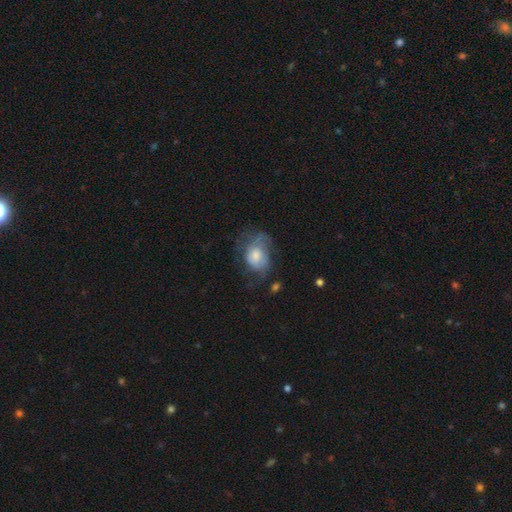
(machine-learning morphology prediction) This is possibly a smooth galaxy (49%). Merging: marginally none (38%).